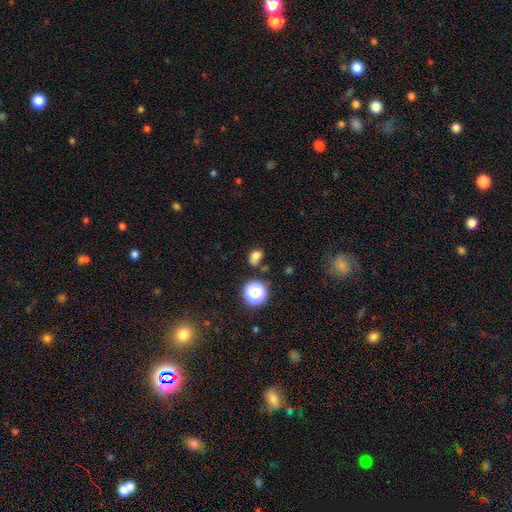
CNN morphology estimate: The model was most divided on "how rounded": in between: 62%, round: 36%, cigar-shaped: 1%. More confident: smooth or featured — smooth (73%); merging — none (61%).